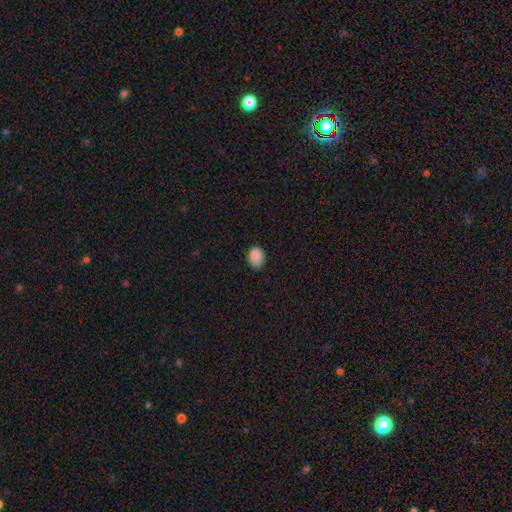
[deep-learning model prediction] Smooth or featured? Predicted: smooth (p=0.87). How rounded? Predicted: in between (p=0.68). Merging? Predicted: none (p=0.69).